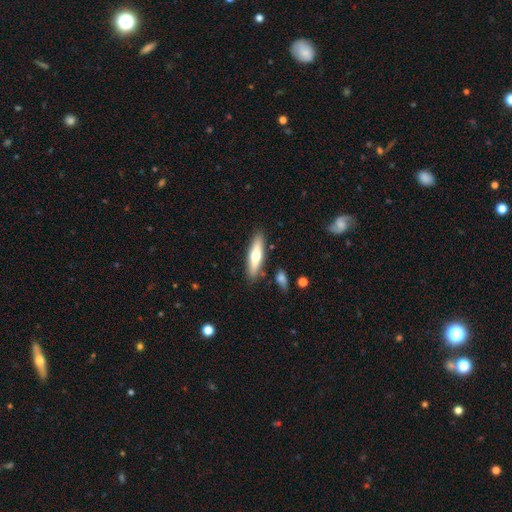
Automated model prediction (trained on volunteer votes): A smooth galaxy with no disk features (54%) that is cigar-shaped (71%).

Vote fractions:
- Smooth or featured? smooth: 54% / featured or disk: 41% / star or artifact: 6%
- How rounded? cigar-shaped: 71% / in between: 27% / round: 2%
- Merging? none: 85% / minor disturbance: 9% / merger: 3% / major disturbance: 2%